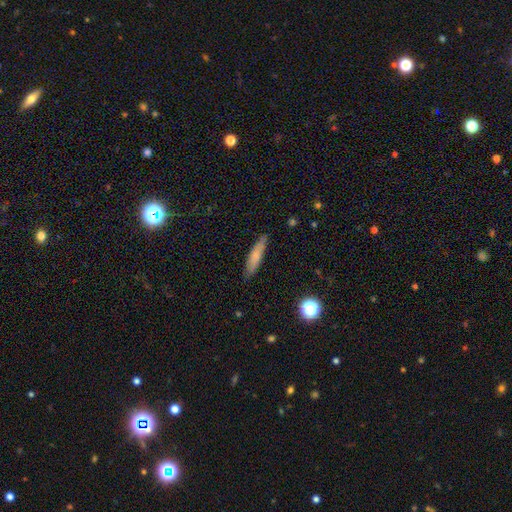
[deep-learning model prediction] smooth_or_featured: smooth (p=0.71) [alt: featured or disk p=0.21]
how_rounded: cigar-shaped (p=0.82) [alt: in between p=0.16]
merging: none (p=0.83) [alt: minor disturbance p=0.13]